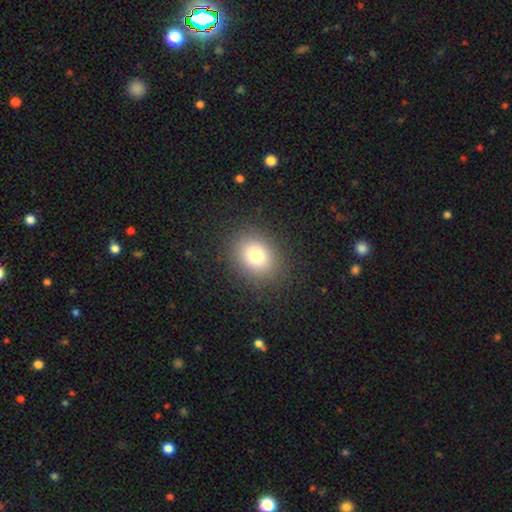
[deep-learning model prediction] Smooth or featured? smooth (76%)
How rounded? round (56%)
Merging? none (87%)